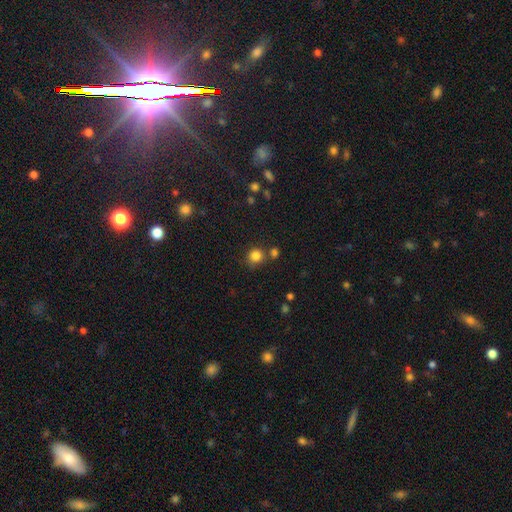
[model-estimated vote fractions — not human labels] This appears to be a smooth galaxy with no disk features (83%) that is round (90%). Merging: none (73%).